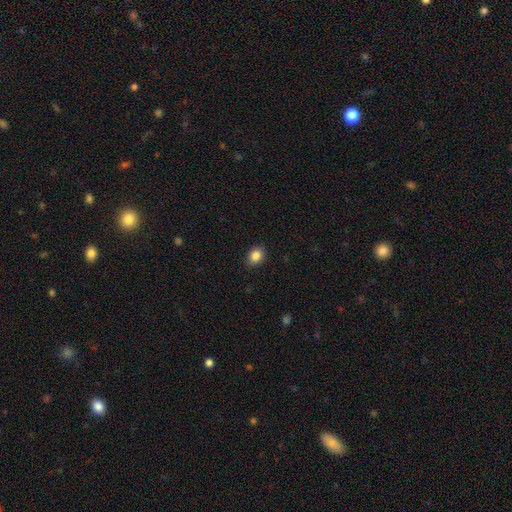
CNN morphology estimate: The model was most divided on "how rounded": round: 50%, in between: 49%, cigar-shaped: 1%. More confident: merging — none (87%); smooth or featured — smooth (86%).